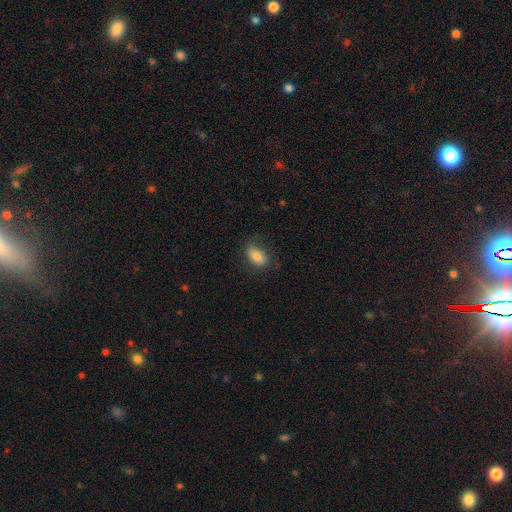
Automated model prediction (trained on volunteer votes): A smooth galaxy with no disk features (79%) that is in between round and cigar-shaped (87%). Merging: none (77%).